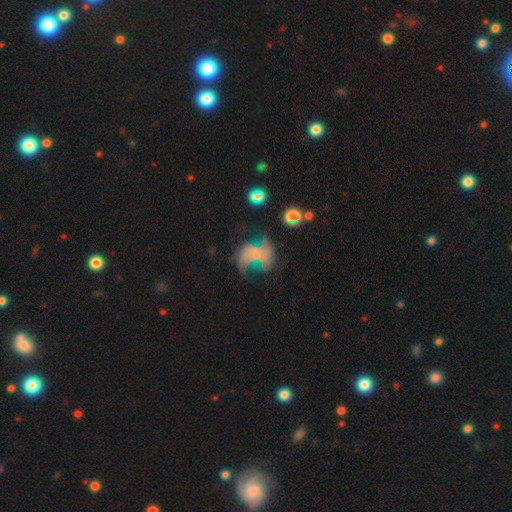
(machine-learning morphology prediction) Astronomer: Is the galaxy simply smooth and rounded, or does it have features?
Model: featured or disk — 55%.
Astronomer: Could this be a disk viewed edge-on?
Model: no — 97%.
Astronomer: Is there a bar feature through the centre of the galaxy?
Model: no — 79%.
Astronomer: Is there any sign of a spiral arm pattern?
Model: no — 51% (runner-up: yes, 49%).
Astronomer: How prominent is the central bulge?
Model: none — 65%.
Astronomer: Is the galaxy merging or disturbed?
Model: major disturbance — 36% (runner-up: none, 31%).